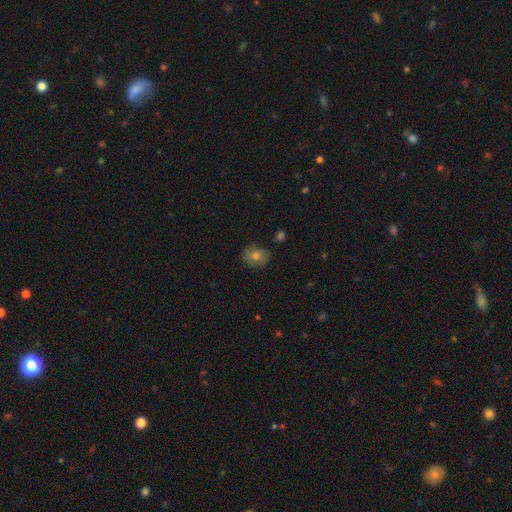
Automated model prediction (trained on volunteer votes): smooth 70%, featured or disk 16%, star or artifact 14%. Down the decision tree: how rounded — round (66%); merging — none (82%).